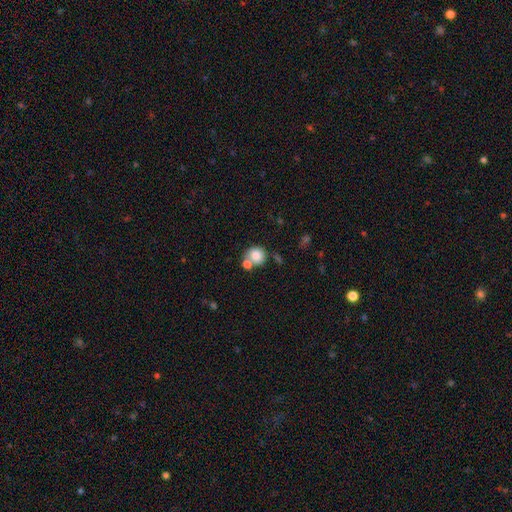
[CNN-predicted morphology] This appears to be a smooth galaxy with no disk features (81%) that is round (83%). Merging: none (48%).